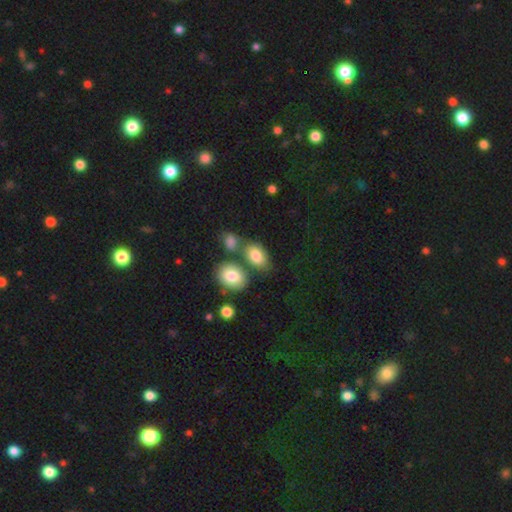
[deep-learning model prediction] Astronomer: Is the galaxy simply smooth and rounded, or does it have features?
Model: smooth — 81%.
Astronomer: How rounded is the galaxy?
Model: in between — 87%.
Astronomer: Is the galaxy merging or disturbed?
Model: none — 55%.